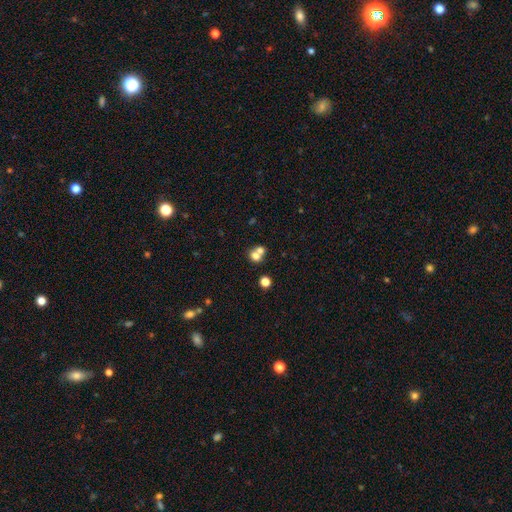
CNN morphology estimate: Smooth or featured? smooth (70%)
How rounded? round (71%)
Merging? merger (57%)